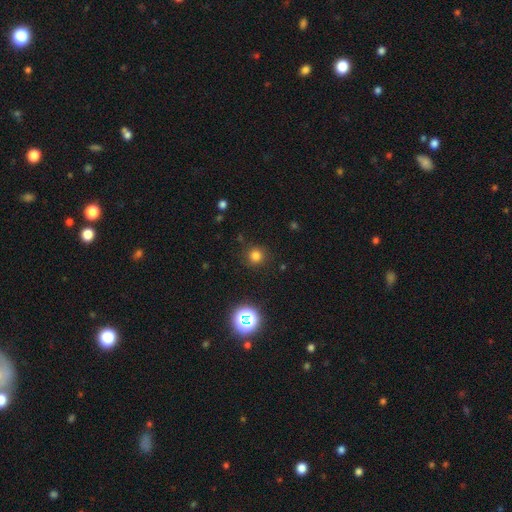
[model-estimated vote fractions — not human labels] smooth_or_featured: smooth (p=0.77) [alt: star or artifact p=0.18]
how_rounded: round (p=0.94) [alt: in between p=0.05]
merging: none (p=0.89) [alt: minor disturbance p=0.07]